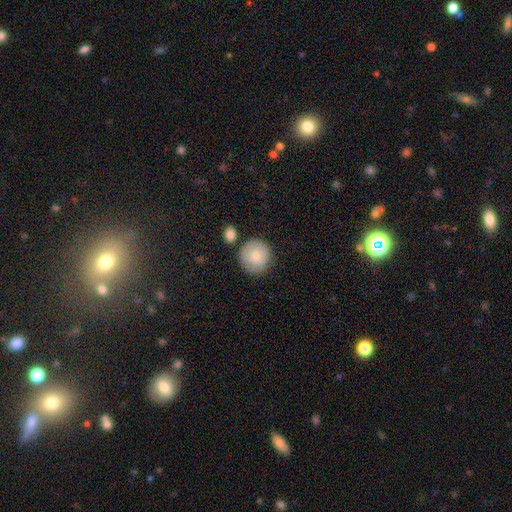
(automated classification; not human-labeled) A smooth galaxy with no disk features (81%) that is round (93%). Merging: none (77%).